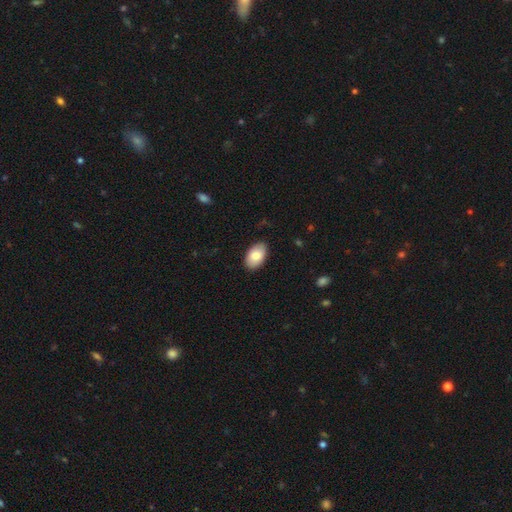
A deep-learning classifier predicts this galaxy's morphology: A smooth galaxy with no disk features (83%) that is in between round and cigar-shaped (94%). Merging: none (87%).